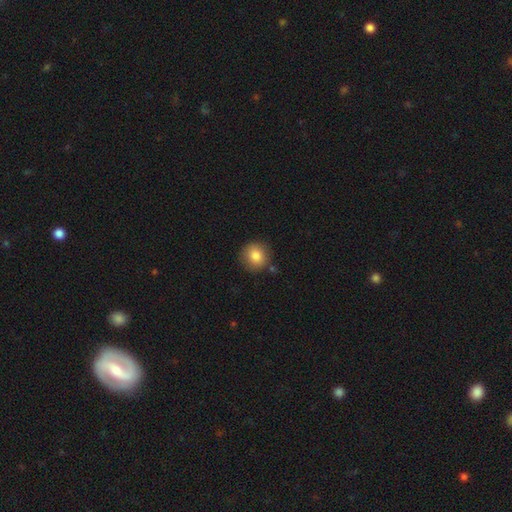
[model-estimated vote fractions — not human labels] Smooth or featured: smooth — 84% (star or artifact — 9%)
How rounded: round — 90% (in between — 9%)
Merging: none — 84% (minor disturbance — 10%)